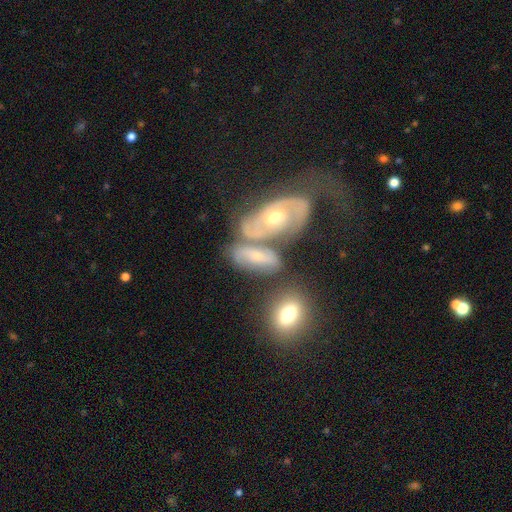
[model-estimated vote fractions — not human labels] Smooth or featured? featured or disk (57%)
Edge-on disk? no (90%)
Bar? no (56%)
Spiral arms? yes (82%)
Bulge size? small (52%)
Merging? none (38%, tied with merger)